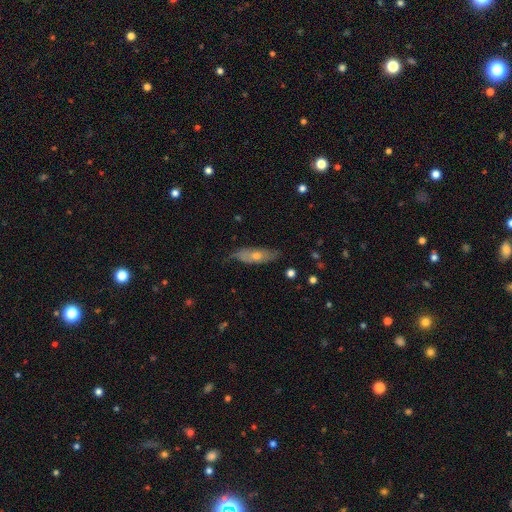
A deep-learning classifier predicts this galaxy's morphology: The model was most divided on "smooth or featured": featured or disk: 47%, smooth: 46%, star or artifact: 7%. More confident: merging — none (72%).